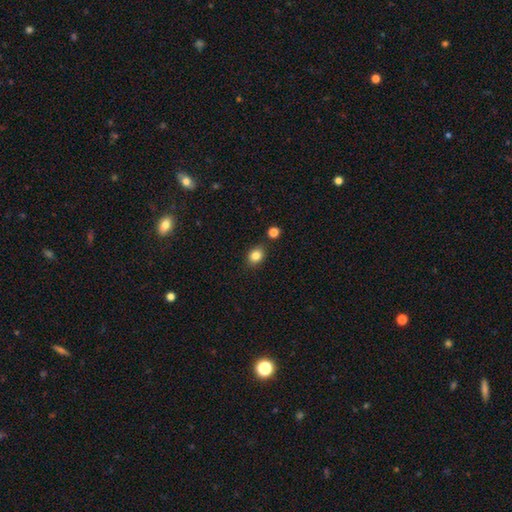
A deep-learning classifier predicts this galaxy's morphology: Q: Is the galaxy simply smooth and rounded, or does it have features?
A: smooth — 84%.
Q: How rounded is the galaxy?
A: round — 50%.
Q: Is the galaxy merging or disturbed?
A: none — 83%.